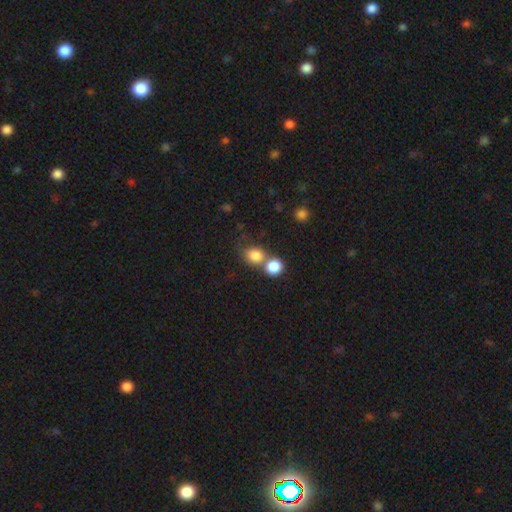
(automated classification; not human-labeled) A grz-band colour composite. It shows a smooth galaxy with no disk features (82%) that is round (64%). Merging: merger (48%).